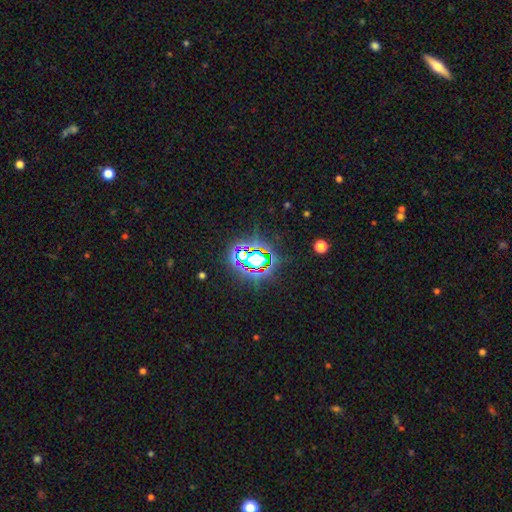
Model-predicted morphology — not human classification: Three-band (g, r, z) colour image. It shows a star or artifact, not a galaxy (83%).